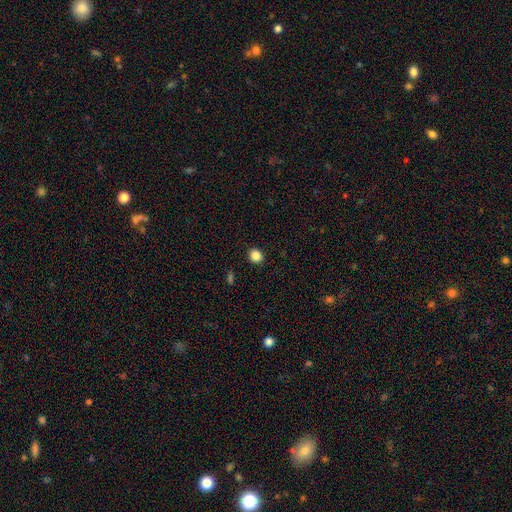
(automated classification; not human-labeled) Smooth or featured?
  - smooth: 86% *
  - star or artifact: 11%
  - featured or disk: 3%
How rounded?
  - round: 82% *
  - in between: 17%
  - cigar-shaped: 1%
Merging?
  - none: 92% *
  - minor disturbance: 5%
  - major disturbance: 2%
  - merger: 1%